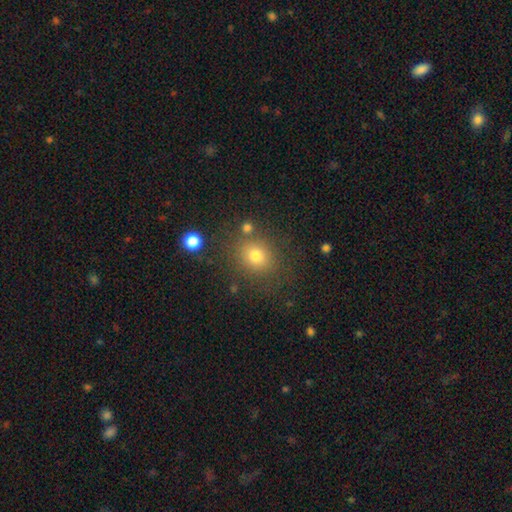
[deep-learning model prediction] smooth 73%, star or artifact 17%, featured or disk 10%. Down the decision tree: how rounded — round (74%); merging — none (79%).